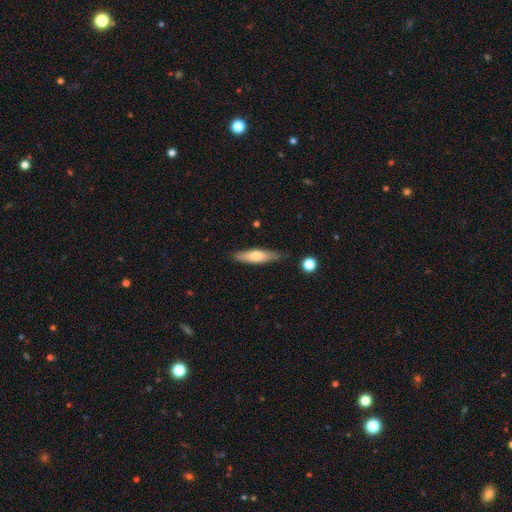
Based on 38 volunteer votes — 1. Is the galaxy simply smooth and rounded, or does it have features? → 50% featured or disk, 42% smooth, 8% star or artifact.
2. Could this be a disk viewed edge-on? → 89% yes, 11% no.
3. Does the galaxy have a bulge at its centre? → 94% rounded, 6% boxy, 0% none.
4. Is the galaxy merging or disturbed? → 80% none, 17% minor disturbance, 3% major disturbance, 0% merger.